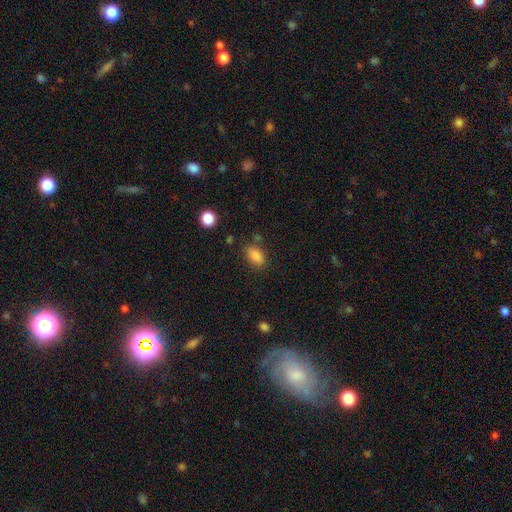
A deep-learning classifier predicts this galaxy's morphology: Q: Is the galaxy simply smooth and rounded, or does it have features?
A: smooth — 86%.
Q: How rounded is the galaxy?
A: in between — 88%.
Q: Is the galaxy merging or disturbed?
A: none — 77%.